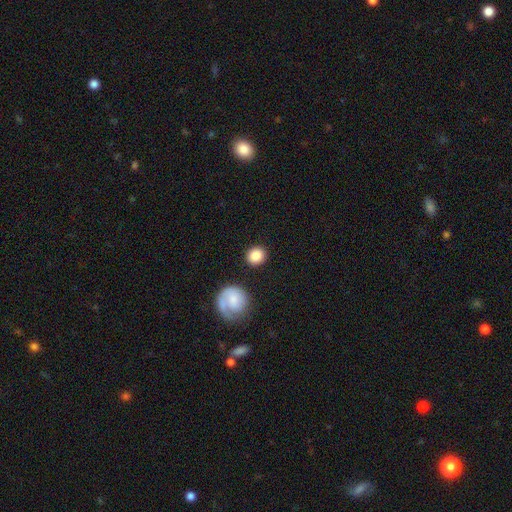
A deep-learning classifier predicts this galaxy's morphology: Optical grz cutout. It shows a smooth galaxy with no disk features (85%) that is round (88%). Merging: none (85%).